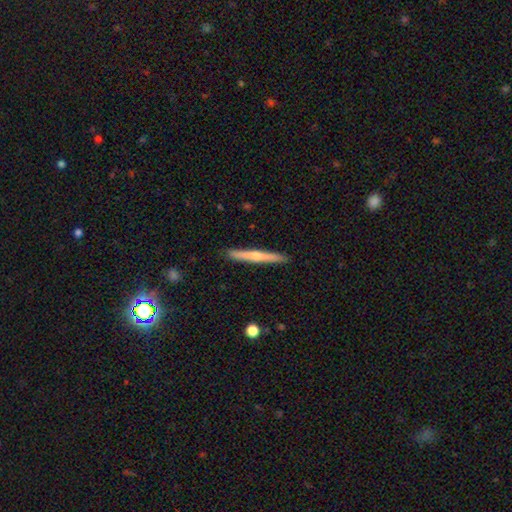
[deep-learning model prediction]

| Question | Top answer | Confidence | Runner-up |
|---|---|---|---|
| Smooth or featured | featured or disk | 63% | smooth (28%) |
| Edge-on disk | yes | 97% | no (3%) |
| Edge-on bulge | rounded | 79% | none (17%) |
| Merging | none | 90% | minor disturbance (7%) |